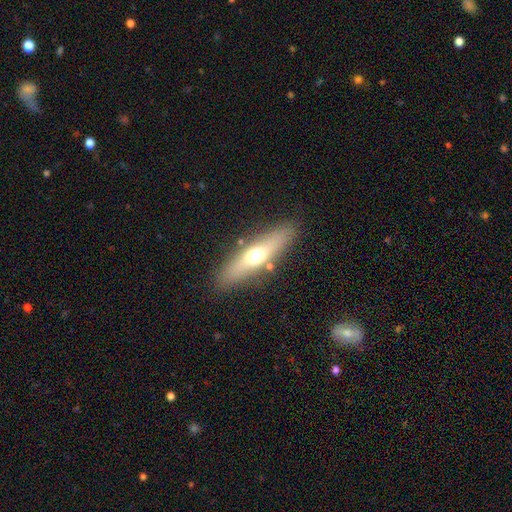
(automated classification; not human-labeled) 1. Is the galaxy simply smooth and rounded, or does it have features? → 49% smooth, 43% featured or disk, 8% star or artifact.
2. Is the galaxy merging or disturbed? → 85% none, 9% minor disturbance, 3% major disturbance, 3% merger.